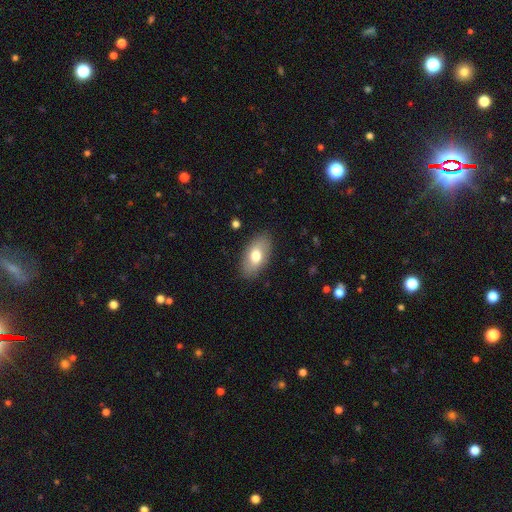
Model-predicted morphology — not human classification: The model was most divided on "smooth or featured": smooth: 72%, featured or disk: 22%, star or artifact: 7%. More confident: how rounded — in between (92%); merging — none (86%).